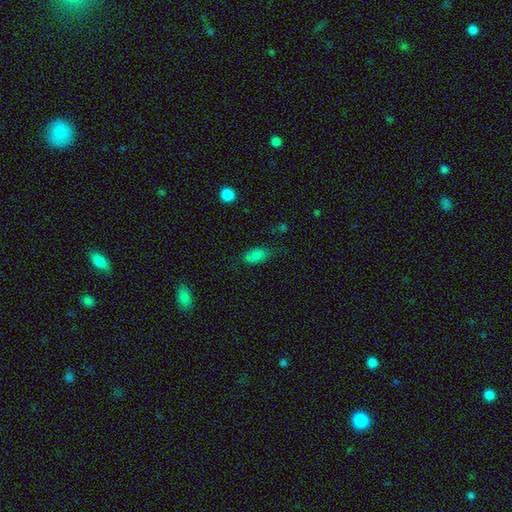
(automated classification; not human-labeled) A smooth galaxy with no disk features (83%) that is in between round and cigar-shaped (92%).

Vote fractions:
- Smooth or featured? smooth: 83% / star or artifact: 12% / featured or disk: 5%
- How rounded? in between: 92% / round: 4% / cigar-shaped: 4%
- Merging? none: 68% / minor disturbance: 23% / major disturbance: 7% / merger: 2%